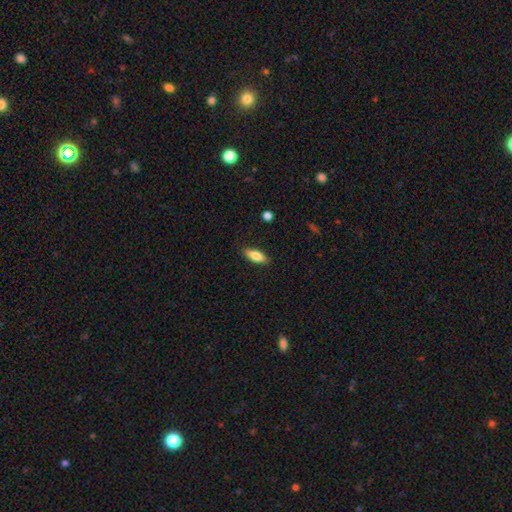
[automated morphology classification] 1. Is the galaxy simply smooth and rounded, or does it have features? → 78% smooth, 16% featured or disk, 7% star or artifact.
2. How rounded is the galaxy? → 71% in between, 27% cigar-shaped, 2% round.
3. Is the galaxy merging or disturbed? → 87% none, 10% minor disturbance, 2% major disturbance, 1% merger.